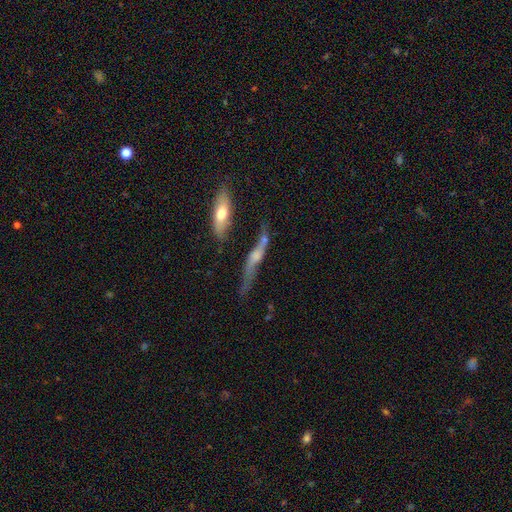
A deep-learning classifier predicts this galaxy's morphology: Overall: featured or disk (63%; smooth 26%). Edge-on disk: yes (70%). Merging: none (48%; minor disturbance 22%).